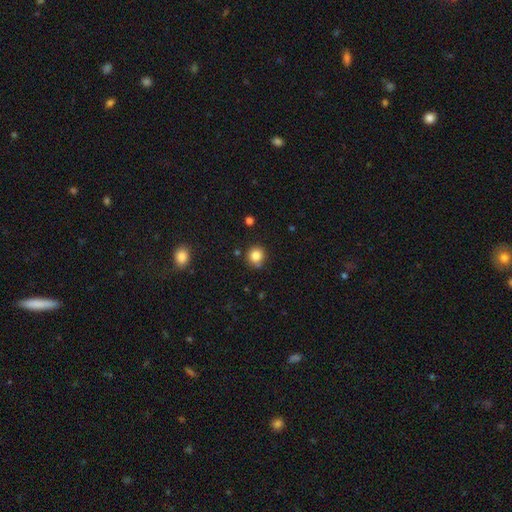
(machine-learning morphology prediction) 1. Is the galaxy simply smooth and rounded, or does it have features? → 83% smooth, 11% star or artifact, 5% featured or disk.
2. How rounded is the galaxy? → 89% round, 10% in between, 1% cigar-shaped.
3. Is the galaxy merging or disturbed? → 78% none, 14% minor disturbance, 4% merger, 3% major disturbance.